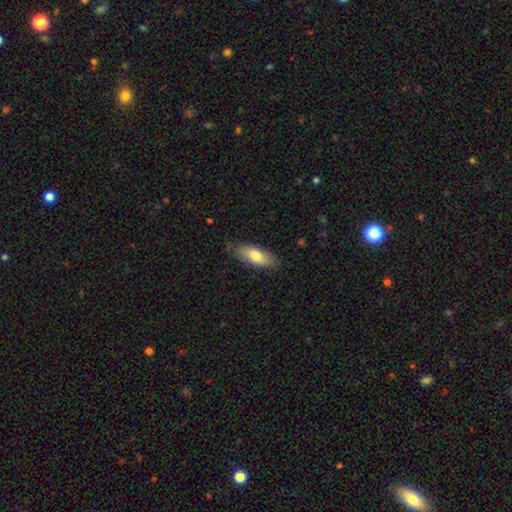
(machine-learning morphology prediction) smooth-or-featured: smooth: 74% | featured or disk: 20% | star or artifact: 6%
  how-rounded: in between: 75% | cigar-shaped: 23% | round: 2%
  merging: none: 77% | minor disturbance: 19% | major disturbance: 3% | merger: 1%